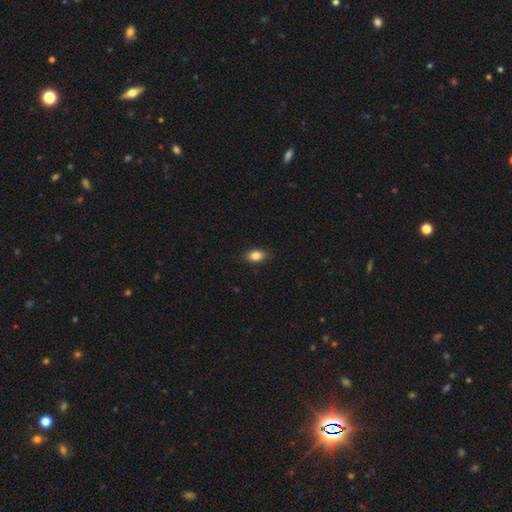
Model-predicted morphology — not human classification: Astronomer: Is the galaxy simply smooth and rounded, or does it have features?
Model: smooth — 85%.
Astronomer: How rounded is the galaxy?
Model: in between — 83%.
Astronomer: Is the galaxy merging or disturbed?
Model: none — 86%.